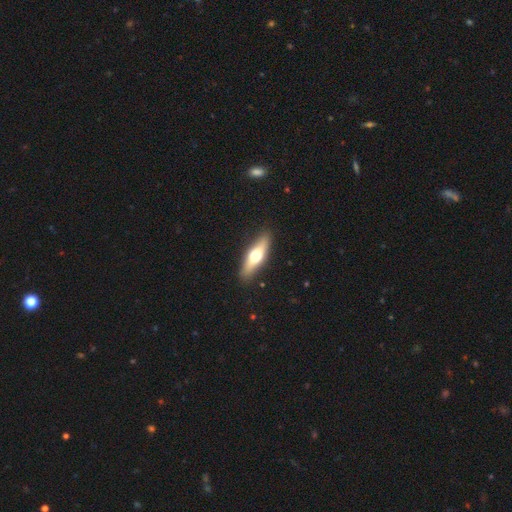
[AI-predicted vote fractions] This is possibly a smooth galaxy (50%). Merging: clearly none (88%).